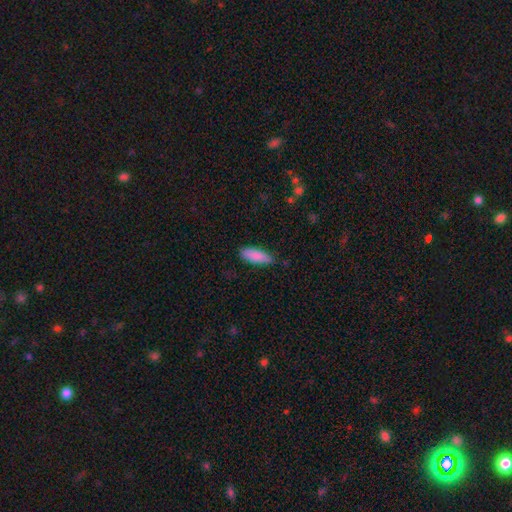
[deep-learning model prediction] Smooth or featured?
  - smooth: 87% *
  - featured or disk: 7%
  - star or artifact: 6%
How rounded?
  - in between: 62% *
  - cigar-shaped: 36%
  - round: 2%
Merging?
  - none: 82% *
  - minor disturbance: 14%
  - major disturbance: 2%
  - merger: 1%